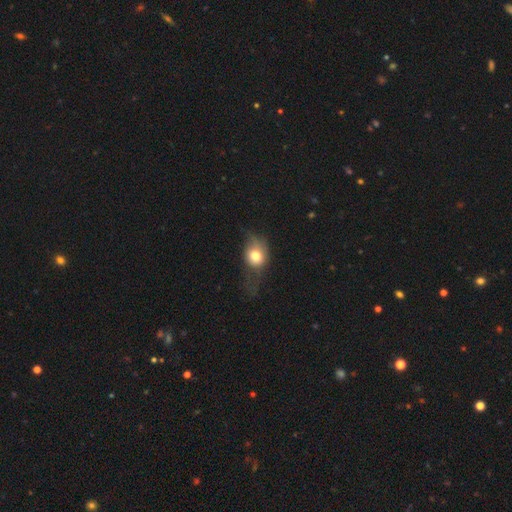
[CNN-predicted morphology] smooth 71%, featured or disk 19%, star or artifact 10%. Down the decision tree: how rounded — round (56%); merging — major disturbance (34%).